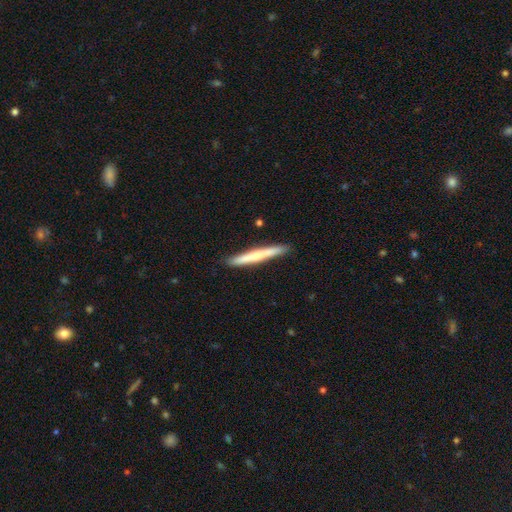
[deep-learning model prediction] Smooth or featured?
  - smooth: 58% *
  - featured or disk: 37%
  - star or artifact: 5%
How rounded?
  - cigar-shaped: 96% *
  - in between: 2%
  - round: 1%
Merging?
  - none: 90% *
  - minor disturbance: 7%
  - major disturbance: 1%
  - merger: 1%